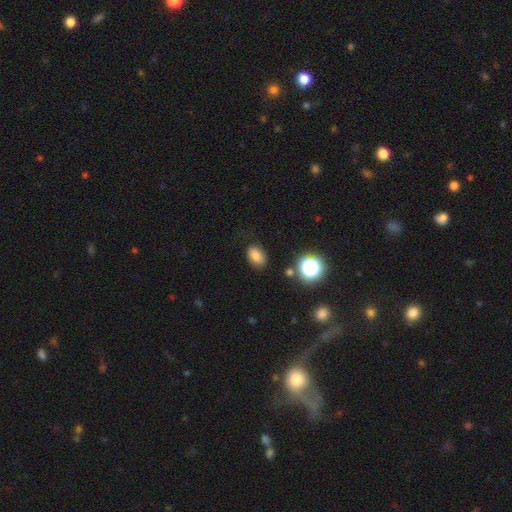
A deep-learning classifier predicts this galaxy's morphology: A smooth galaxy with no disk features (80%) that is in between round and cigar-shaped (82%).

Vote fractions:
- Smooth or featured? smooth: 80% / star or artifact: 14% / featured or disk: 6%
- How rounded? in between: 82% / round: 17% / cigar-shaped: 1%
- Merging? none: 80% / minor disturbance: 14% / major disturbance: 4% / merger: 2%